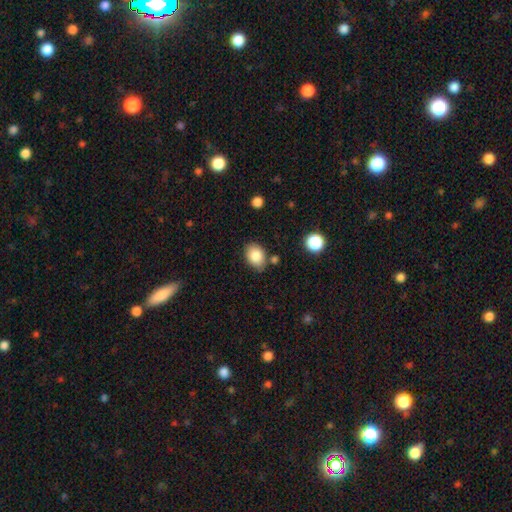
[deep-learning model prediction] Smooth or featured?
  - smooth: 85% *
  - star or artifact: 8%
  - featured or disk: 7%
How rounded?
  - in between: 69% *
  - round: 30%
  - cigar-shaped: 1%
Merging?
  - none: 75% *
  - minor disturbance: 16%
  - merger: 5%
  - major disturbance: 3%